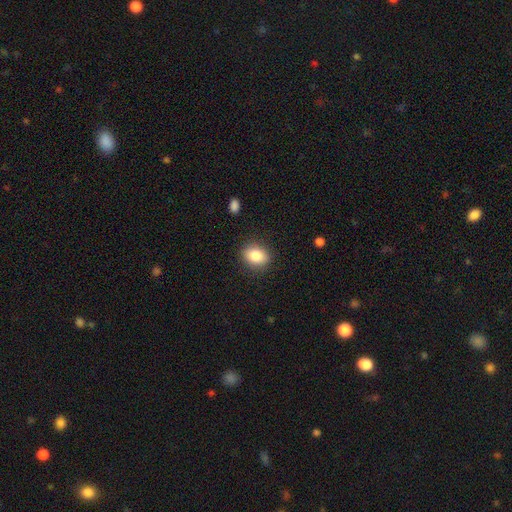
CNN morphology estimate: This appears to be a smooth galaxy with no disk features (85%) that is in between round and cigar-shaped (60%). Merging: none (87%).